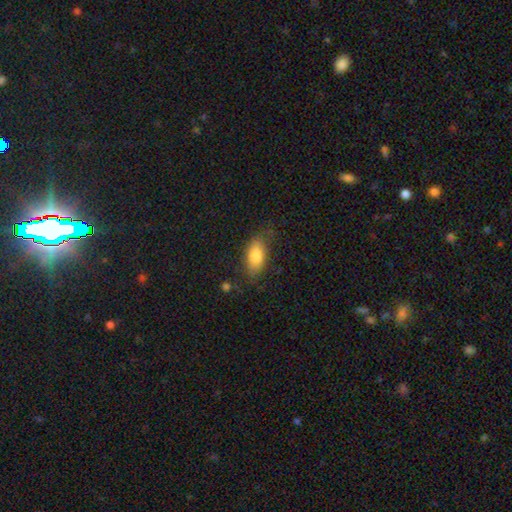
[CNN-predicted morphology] This appears to be a smooth galaxy with no disk features (81%) that is in between round and cigar-shaped (88%). Merging: none (72%).